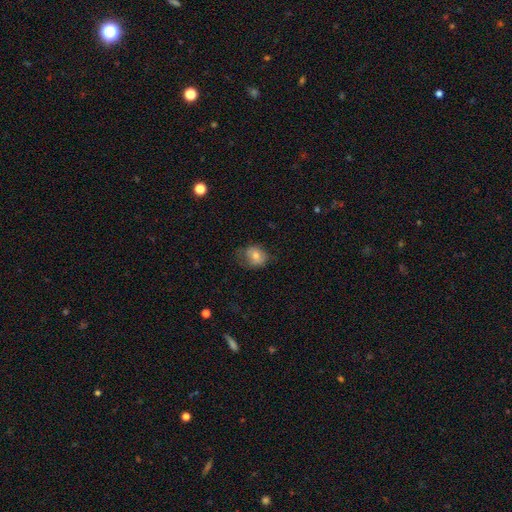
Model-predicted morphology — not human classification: A smooth galaxy with no disk features (70%) that is round (57%). Merging: none (54%).